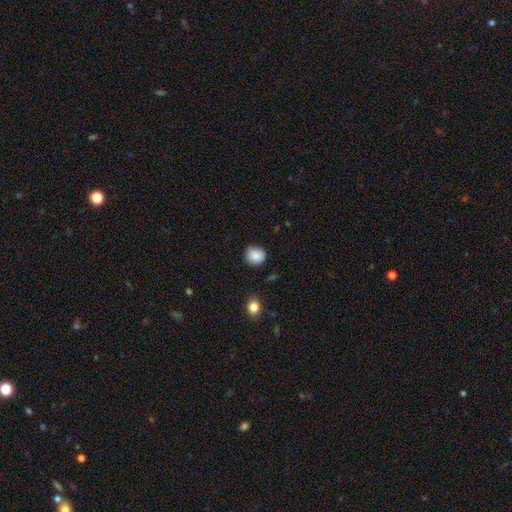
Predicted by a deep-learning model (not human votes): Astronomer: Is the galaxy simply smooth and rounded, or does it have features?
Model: smooth — 88%.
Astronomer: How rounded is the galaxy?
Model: round — 86%.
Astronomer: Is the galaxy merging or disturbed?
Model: none — 86%.